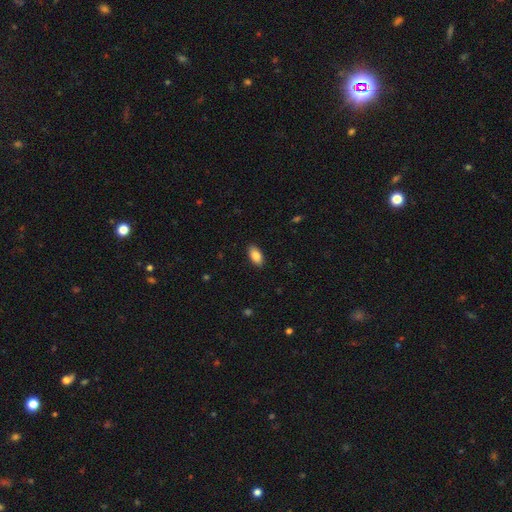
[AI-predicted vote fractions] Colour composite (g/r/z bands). It shows a smooth galaxy with no disk features (86%) that is in between round and cigar-shaped (93%). Merging: none (89%).